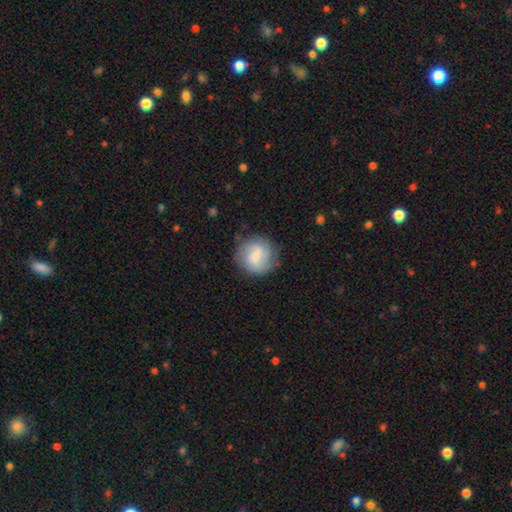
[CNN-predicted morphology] This appears to be a smooth galaxy with no disk features (67%) that is round (92%). Merging: none (80%).